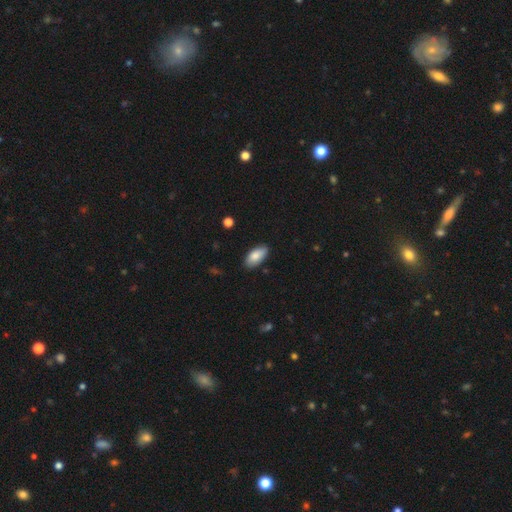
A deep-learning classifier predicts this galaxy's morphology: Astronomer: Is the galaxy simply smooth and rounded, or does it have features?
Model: smooth — 85%.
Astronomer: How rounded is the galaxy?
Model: in between — 93%.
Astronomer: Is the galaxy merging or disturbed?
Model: none — 84%.